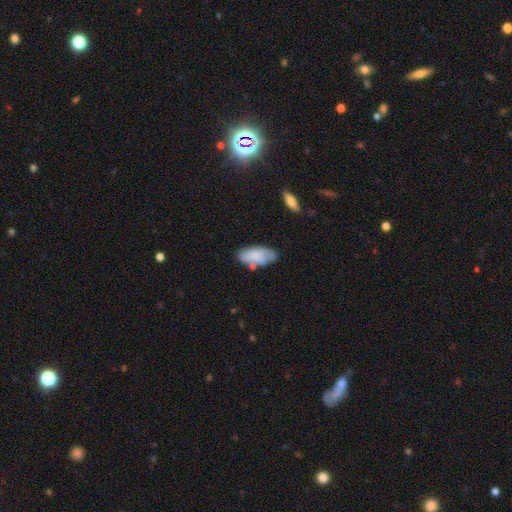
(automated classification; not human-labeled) This is likely a smooth galaxy (77%). How rounded: clearly in between (88%). Merging: likely none (66%).